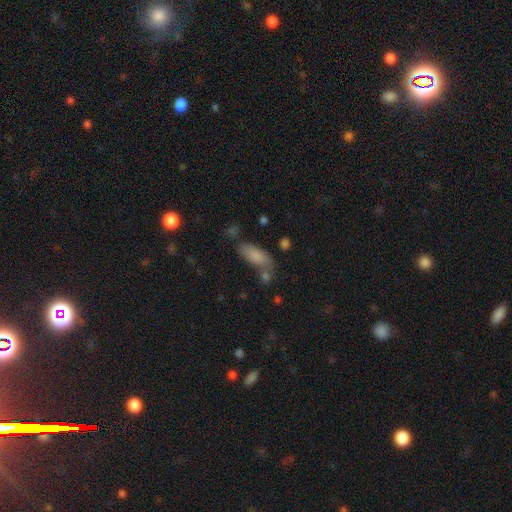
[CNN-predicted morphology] This appears to be a smooth galaxy with no disk features (82%) that is in between round and cigar-shaped (72%). Merging: none (59%).